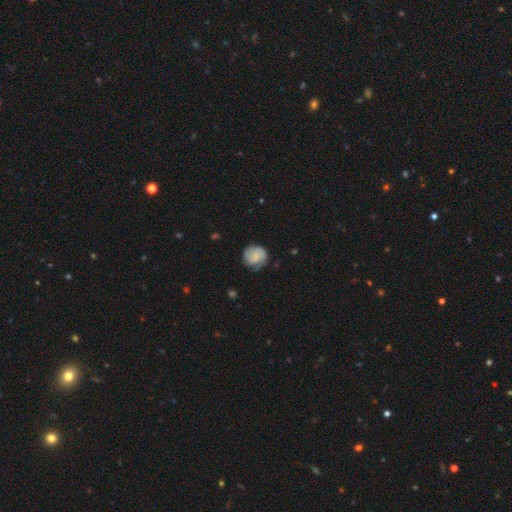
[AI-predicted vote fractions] Overall: smooth (48%; featured or disk 45%). Merging: none (68%).